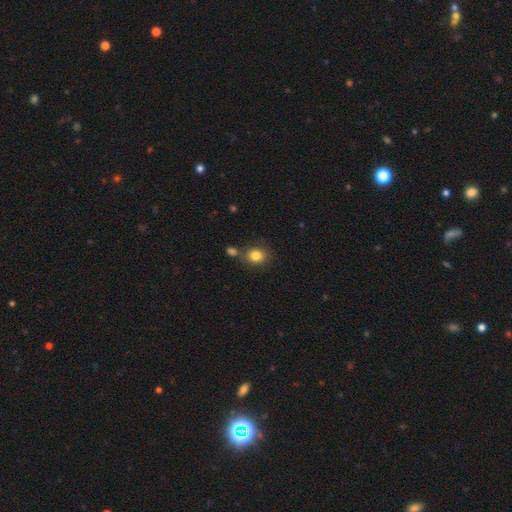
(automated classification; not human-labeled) Smooth or featured? Predicted: smooth (p=0.83). How rounded? Predicted: round (p=0.68). Merging? Predicted: none (p=0.69).